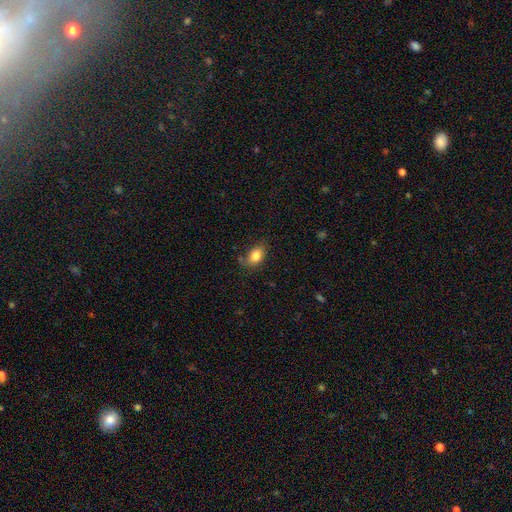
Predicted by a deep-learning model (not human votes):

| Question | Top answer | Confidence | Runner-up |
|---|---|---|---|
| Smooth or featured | smooth | 83% | featured or disk (9%) |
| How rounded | in between | 85% | round (13%) |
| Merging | none | 73% | minor disturbance (20%) |